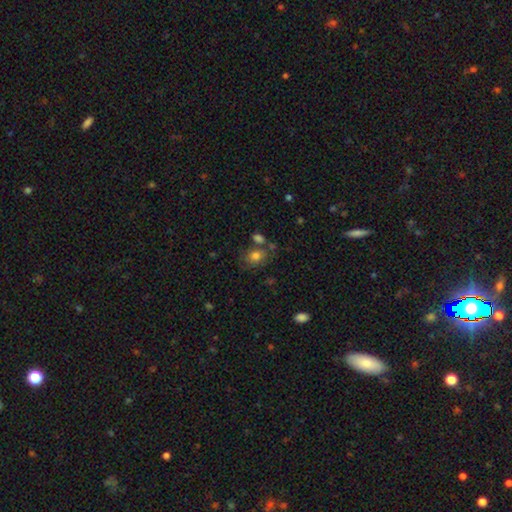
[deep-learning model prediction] A smooth galaxy with no disk features (78%) that is in between round and cigar-shaped (58%).

Vote fractions:
- Smooth or featured? smooth: 78% / featured or disk: 11% / star or artifact: 10%
- How rounded? in between: 58% / round: 40% / cigar-shaped: 1%
- Merging? none: 59% / merger: 17% / minor disturbance: 17% / major disturbance: 7%